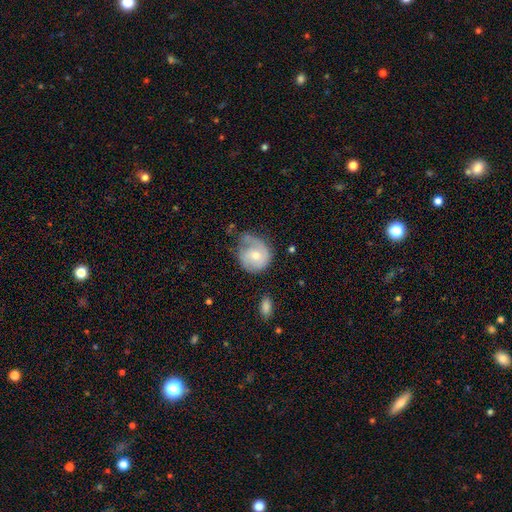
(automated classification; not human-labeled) Morphology: type=featured or disk (57%); edge-on=no (97%); bar=no (71%); spiral arms=yes (81%); bulge=moderate (52%); merging=none (43%).